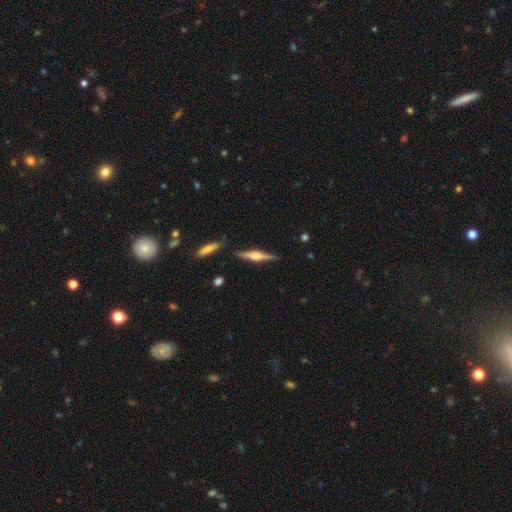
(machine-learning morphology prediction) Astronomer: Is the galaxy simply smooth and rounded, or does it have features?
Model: featured or disk — 73%.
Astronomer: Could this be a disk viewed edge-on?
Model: yes — 98%.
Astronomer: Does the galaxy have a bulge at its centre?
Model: rounded — 87%.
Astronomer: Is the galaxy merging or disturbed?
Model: none — 86%.